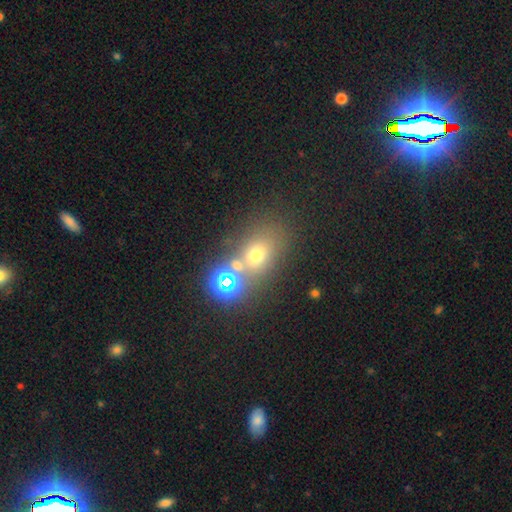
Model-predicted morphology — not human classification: smooth_or_featured: smooth (p=0.57) [alt: star or artifact p=0.27]
how_rounded: round (p=0.50) [alt: in between p=0.48]
merging: none (p=0.54) [alt: merger p=0.30]